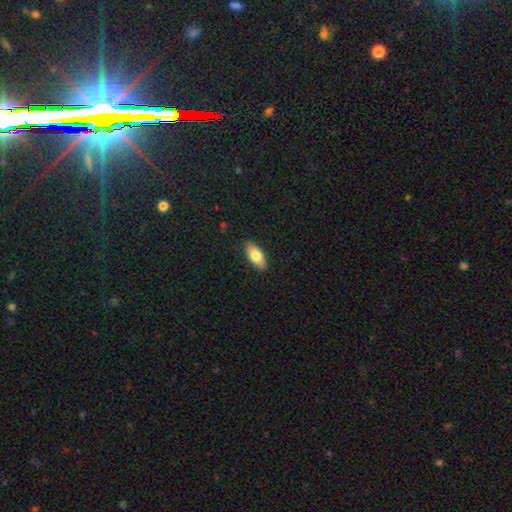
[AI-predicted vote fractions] Smooth or featured: smooth — 79% (featured or disk — 15%)
How rounded: in between — 88% (cigar-shaped — 9%)
Merging: none — 87% (minor disturbance — 10%)